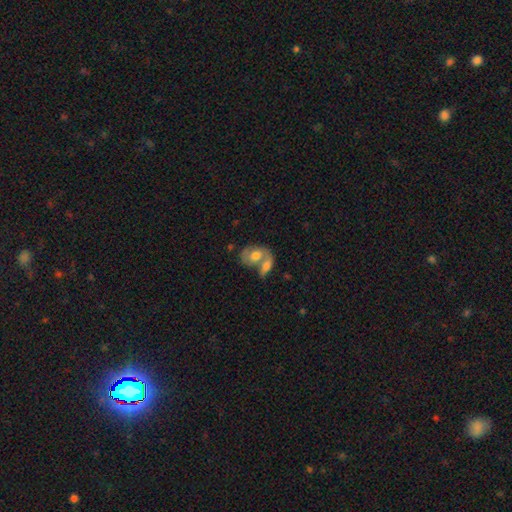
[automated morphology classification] smooth 52%, featured or disk 41%, star or artifact 7%. Down the decision tree: how rounded — in between (75%); merging — merger (61%).